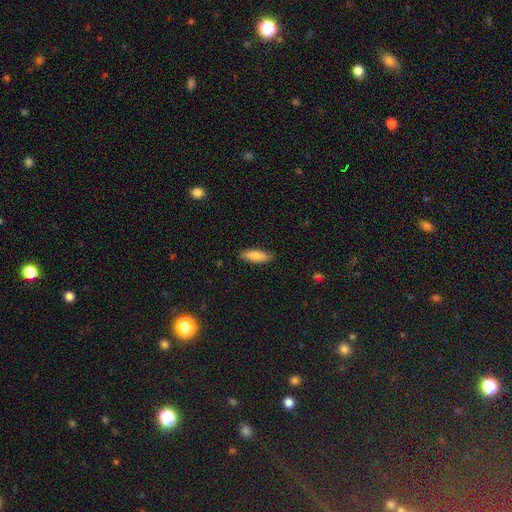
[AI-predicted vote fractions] This appears to be a smooth galaxy with no disk features (85%) that is in between round and cigar-shaped (55%). Merging: none (87%).